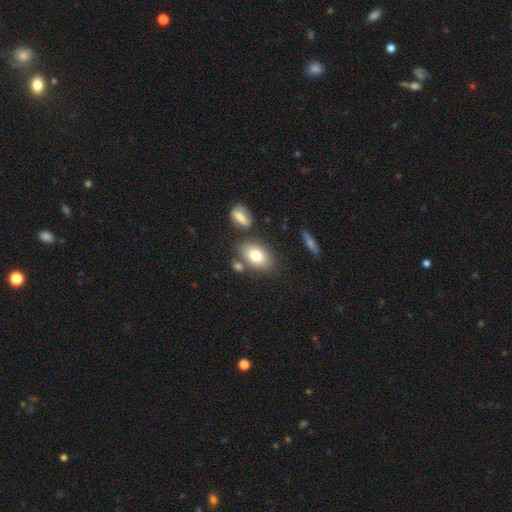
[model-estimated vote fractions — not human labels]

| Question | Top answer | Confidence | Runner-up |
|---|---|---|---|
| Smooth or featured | smooth | 77% | featured or disk (14%) |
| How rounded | in between | 81% | round (18%) |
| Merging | none | 71% | minor disturbance (13%) |